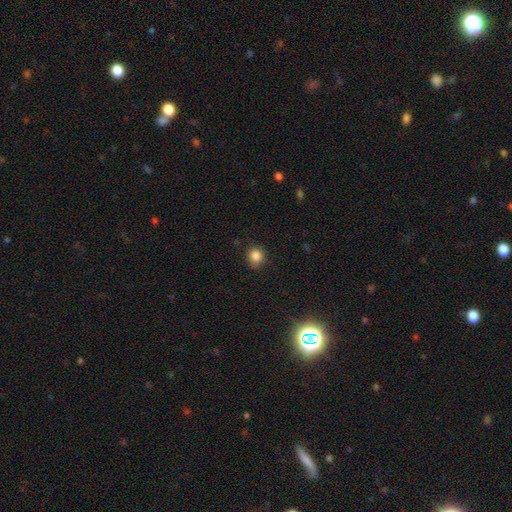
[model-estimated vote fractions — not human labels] Overall: smooth (85%). How rounded: round (84%). Merging: none (85%).